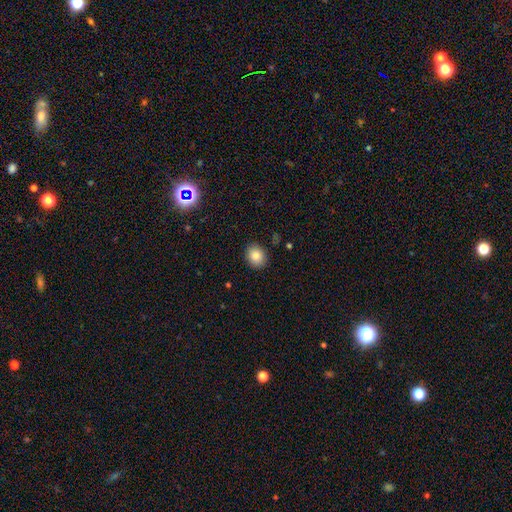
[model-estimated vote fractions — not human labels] Morphology: type=smooth (83%); roundness=round (55%); merging=none (89%).